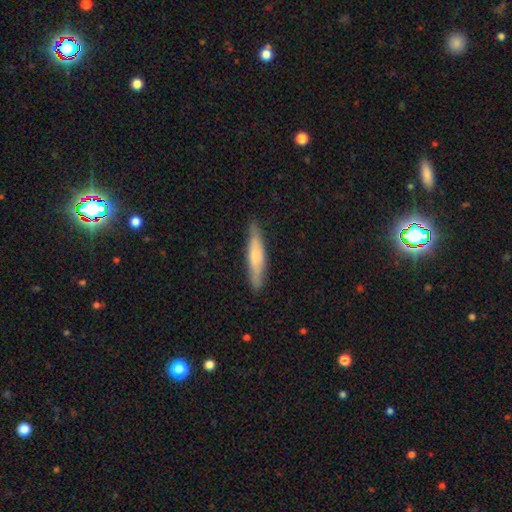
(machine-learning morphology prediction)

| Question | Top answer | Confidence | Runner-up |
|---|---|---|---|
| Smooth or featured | smooth | 56% | featured or disk (39%) |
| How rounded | cigar-shaped | 89% | in between (10%) |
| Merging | none | 86% | minor disturbance (11%) |